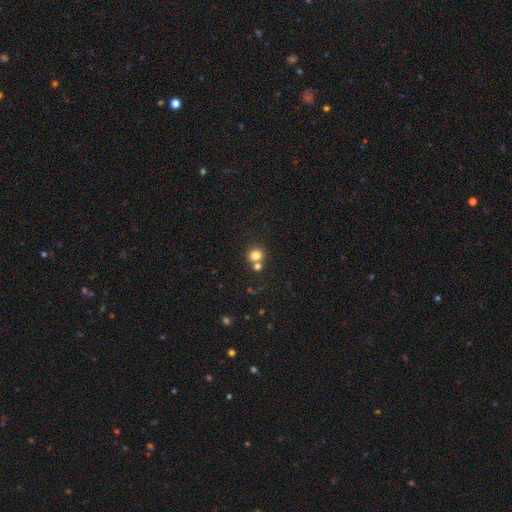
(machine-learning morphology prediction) This is likely a smooth galaxy (79%). How rounded: clearly round (85%). Merging: possibly none (57%).